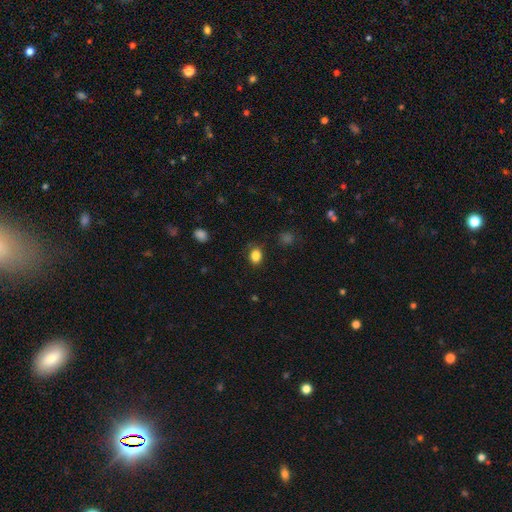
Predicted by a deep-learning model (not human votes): This is clearly a smooth galaxy (84%). How rounded: possibly in between (54%). Merging: clearly none (83%).